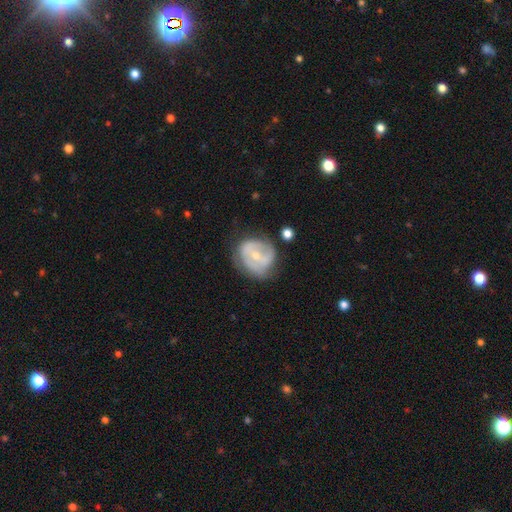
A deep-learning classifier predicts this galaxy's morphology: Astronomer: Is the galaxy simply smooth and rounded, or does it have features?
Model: featured or disk — 64%.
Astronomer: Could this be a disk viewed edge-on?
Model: no — 97%.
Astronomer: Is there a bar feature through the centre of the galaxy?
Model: no — 45% (runner-up: weak, 39%).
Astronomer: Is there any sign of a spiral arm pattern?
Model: yes — 63%.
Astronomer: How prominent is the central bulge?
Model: small — 52% (runner-up: moderate, 44%).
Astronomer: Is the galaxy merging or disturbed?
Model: none — 57%.